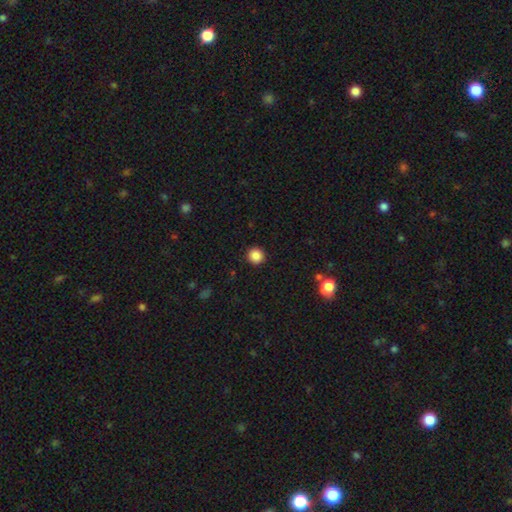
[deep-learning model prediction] smooth-or-featured: smooth: 86% | star or artifact: 10% | featured or disk: 3%
  how-rounded: round: 94% | in between: 5% | cigar-shaped: 1%
  merging: none: 93% | minor disturbance: 5% | major disturbance: 2% | merger: 1%